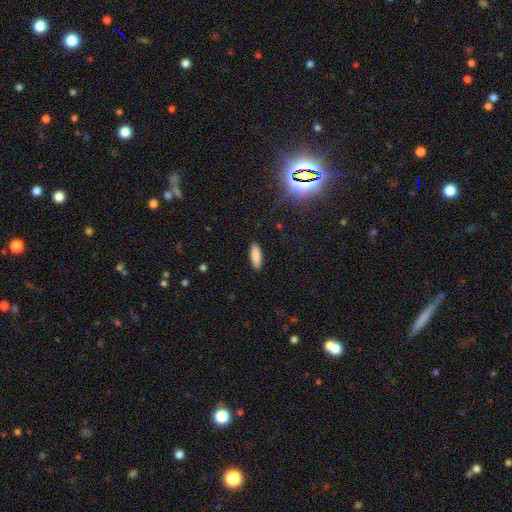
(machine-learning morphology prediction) Q: Smooth or featured?
A: smooth (86%); runner-up: star or artifact (7%)
Q: How rounded?
A: in between (54%); runner-up: cigar-shaped (44%)
Q: Merging?
A: none (89%); runner-up: minor disturbance (8%)